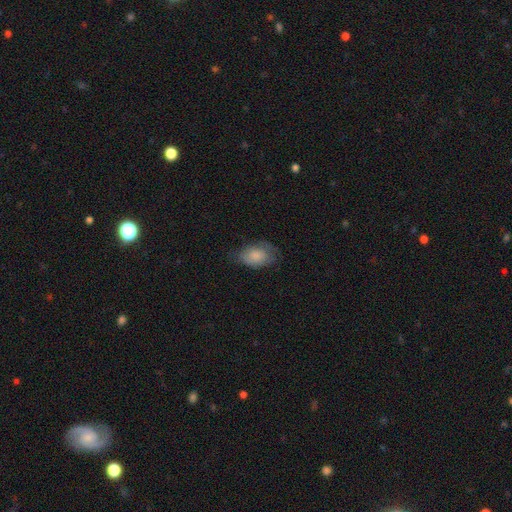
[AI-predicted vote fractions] Morphology: type=smooth (81%); roundness=in between (90%); merging=none (58%).